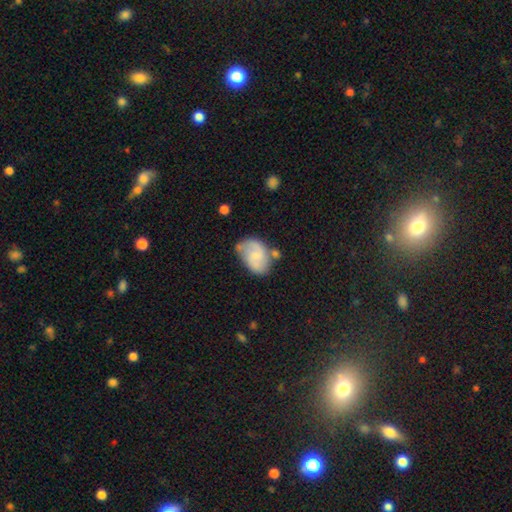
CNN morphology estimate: type=featured or disk (48%); merging=none (49%).